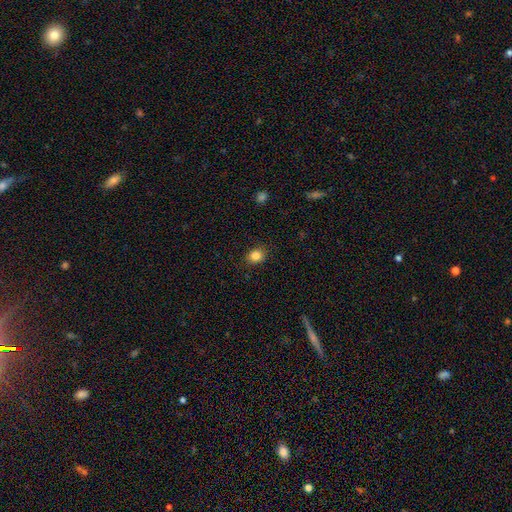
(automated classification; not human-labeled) A smooth galaxy with no disk features (84%) that is round (65%).

Vote fractions:
- Smooth or featured? smooth: 84% / star or artifact: 11% / featured or disk: 5%
- How rounded? round: 65% / in between: 34% / cigar-shaped: 1%
- Merging? none: 87% / minor disturbance: 9% / major disturbance: 2% / merger: 1%